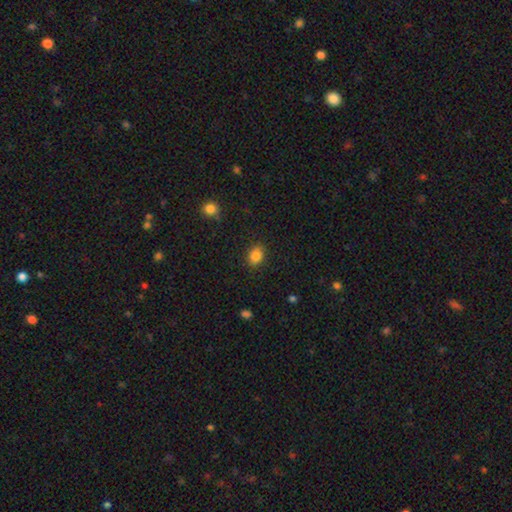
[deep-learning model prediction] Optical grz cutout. It shows a smooth galaxy with no disk features (85%) that is in between round and cigar-shaped (65%). Merging: none (86%).